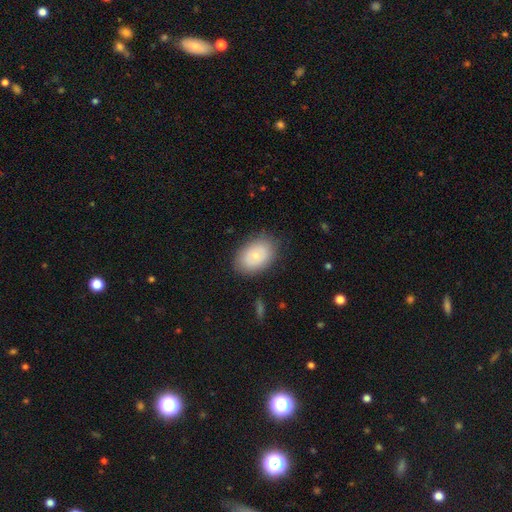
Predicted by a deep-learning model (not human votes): The model was most divided on "smooth or featured": smooth: 72%, featured or disk: 21%, star or artifact: 7%. More confident: how rounded — in between (84%); merging — none (82%).